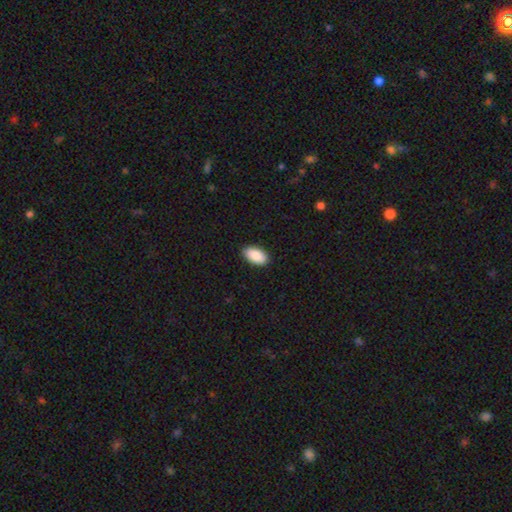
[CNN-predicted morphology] A smooth galaxy with no disk features (90%) that is in between round and cigar-shaped (95%).

Vote fractions:
- Smooth or featured? smooth: 90% / star or artifact: 6% / featured or disk: 4%
- How rounded? in between: 95% / round: 2% / cigar-shaped: 2%
- Merging? none: 89% / minor disturbance: 9% / major disturbance: 2% / merger: 1%